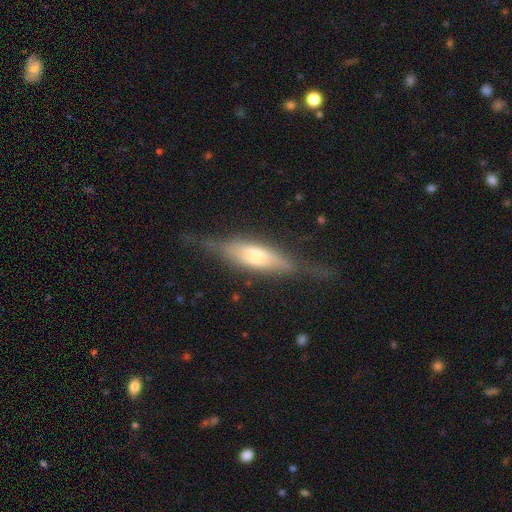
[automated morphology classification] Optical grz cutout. It shows a featured or disk galaxy (63%) viewed edge-on (90%) with a rounded central bulge (61%). Merging: none (65%).